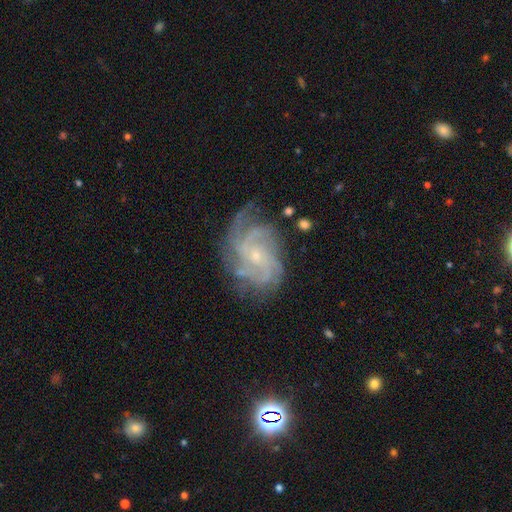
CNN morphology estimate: This appears to be a featured or disk galaxy (87%) with no bar (69%), 4 (30%) tight (51%) spiral arms (97%) and a small central bulge (79%). Merging: none (67%).